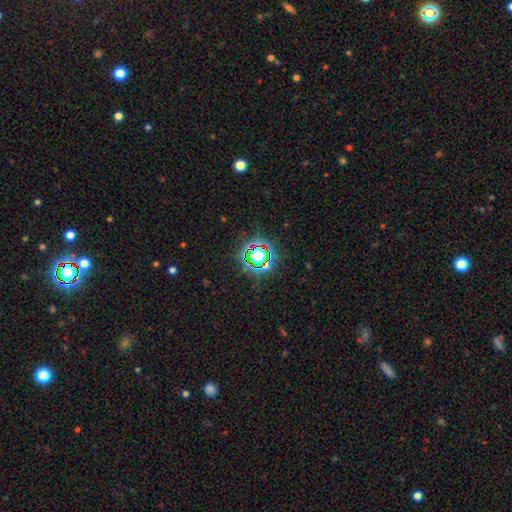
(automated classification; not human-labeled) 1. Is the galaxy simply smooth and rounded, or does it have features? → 69% star or artifact, 20% smooth, 11% featured or disk.